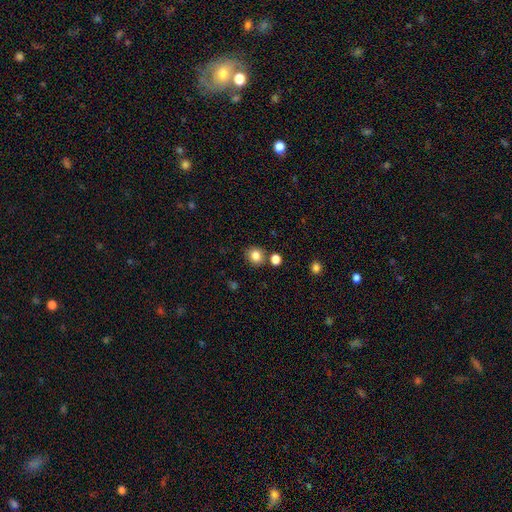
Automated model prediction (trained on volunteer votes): A smooth galaxy with no disk features (83%) that is round (79%).

Vote fractions:
- Smooth or featured? smooth: 83% / star or artifact: 12% / featured or disk: 5%
- How rounded? round: 79% / in between: 20% / cigar-shaped: 1%
- Merging? none: 81% / minor disturbance: 9% / merger: 8% / major disturbance: 3%